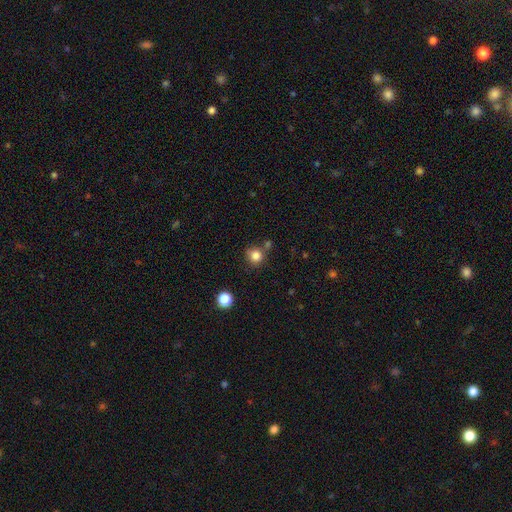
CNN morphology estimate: Smooth or featured? Predicted: smooth (p=0.83). How rounded? Predicted: round (p=0.89). Merging? Predicted: none (p=0.73).